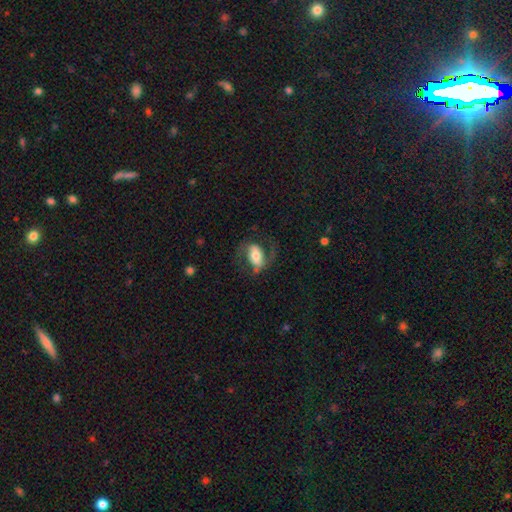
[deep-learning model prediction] The model was most divided on "smooth or featured": featured or disk: 53%, smooth: 40%, star or artifact: 7%. More confident: edge-on disk — no (93%); merging — none (60%).